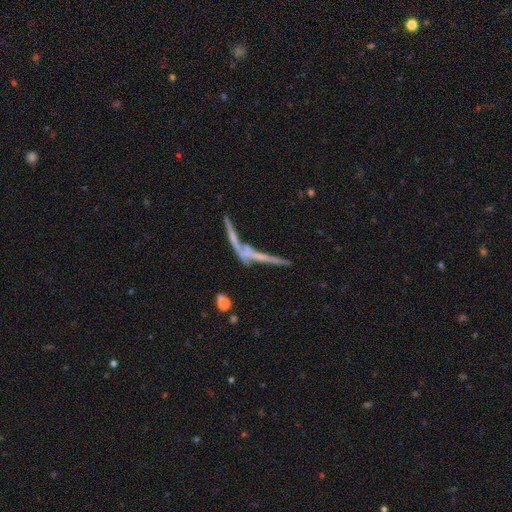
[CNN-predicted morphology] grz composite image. It shows a featured or disk galaxy (55%) viewed edge-on (79%). Merging: none (42%).